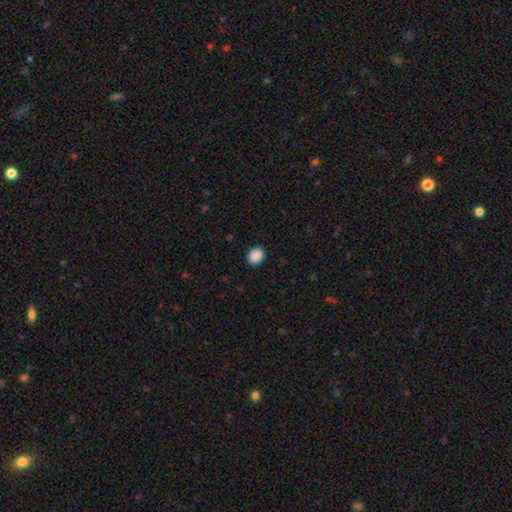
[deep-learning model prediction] Smooth or featured? Predicted: smooth (p=0.90). How rounded? Predicted: round (p=0.66). Merging? Predicted: none (p=0.91).